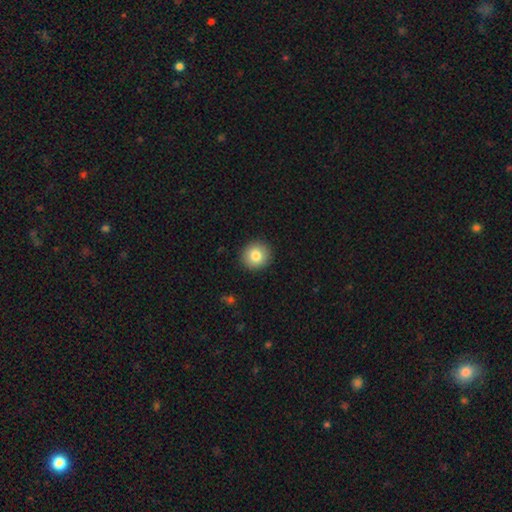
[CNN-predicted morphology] A smooth galaxy with no disk features (81%) that is round (91%).

Vote fractions:
- Smooth or featured? smooth: 81% / featured or disk: 10% / star or artifact: 9%
- How rounded? round: 91% / in between: 8% / cigar-shaped: 1%
- Merging? none: 92% / minor disturbance: 5% / major disturbance: 2% / merger: 1%